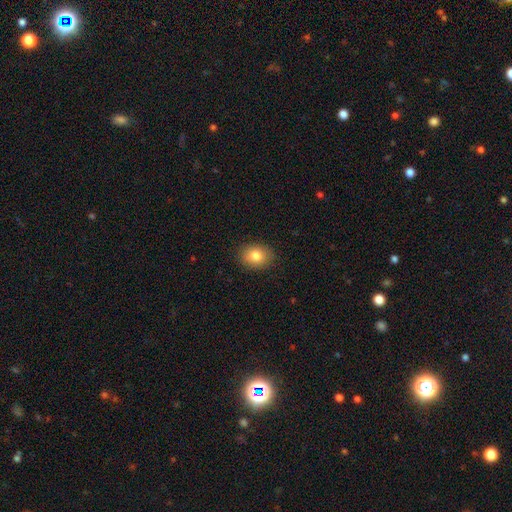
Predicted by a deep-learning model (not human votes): A smooth galaxy with no disk features (82%) that is in between round and cigar-shaped (58%). Merging: none (88%).